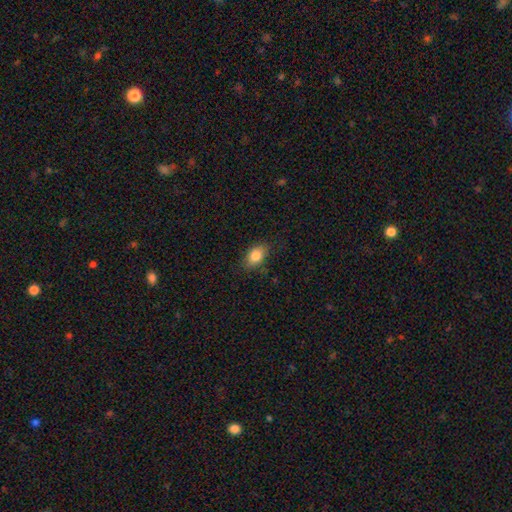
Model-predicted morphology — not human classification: Q: Smooth or featured?
A: smooth (83%); runner-up: featured or disk (9%)
Q: How rounded?
A: in between (84%); runner-up: round (13%)
Q: Merging?
A: none (81%); runner-up: minor disturbance (14%)